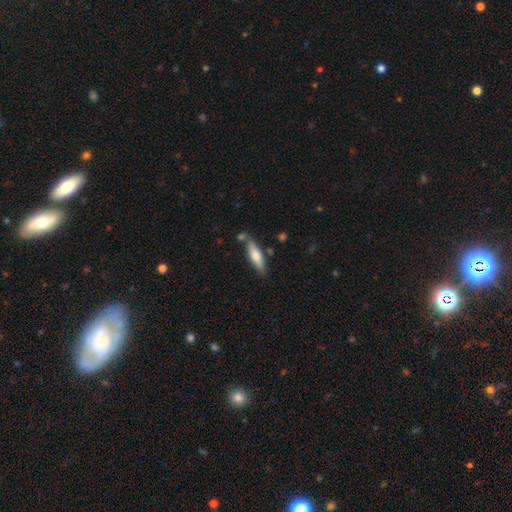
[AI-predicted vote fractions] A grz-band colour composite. It shows a smooth galaxy with no disk features (64%) that is cigar-shaped (63%). Merging: none (69%).